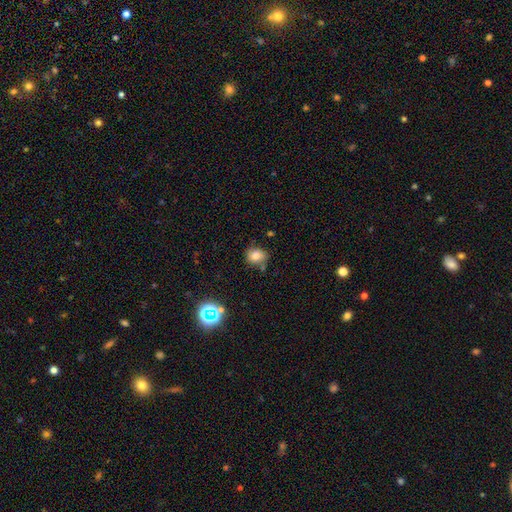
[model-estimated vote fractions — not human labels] Smooth or featured? smooth (75%)
How rounded? round (62%)
Merging? none (66%)